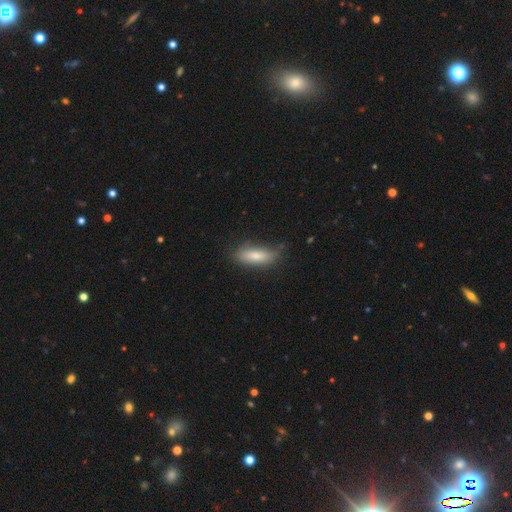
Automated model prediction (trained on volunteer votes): This appears to be a smooth galaxy with no disk features (77%) that is in between round and cigar-shaped (59%). Merging: none (69%).